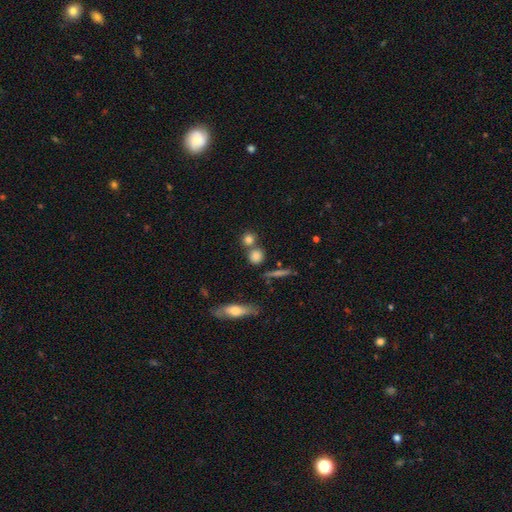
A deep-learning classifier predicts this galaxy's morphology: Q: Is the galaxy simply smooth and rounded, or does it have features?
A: smooth — 80%.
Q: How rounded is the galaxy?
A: round — 85%.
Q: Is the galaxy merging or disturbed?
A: none — 64%.